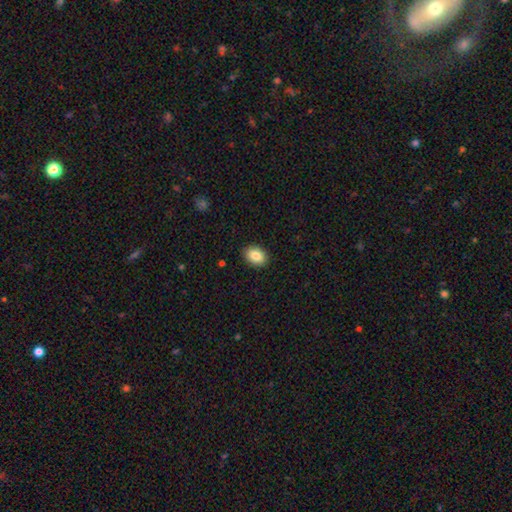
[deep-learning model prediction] Smooth or featured? Predicted: smooth (p=0.86). How rounded? Predicted: in between (p=0.73). Merging? Predicted: none (p=0.90).